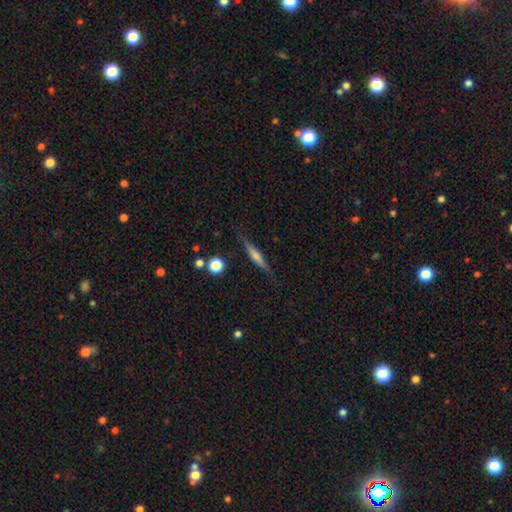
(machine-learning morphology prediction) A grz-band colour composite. It shows a featured or disk galaxy (59%) viewed edge-on (96%) with a rounded central bulge (61%). Merging: none (85%).